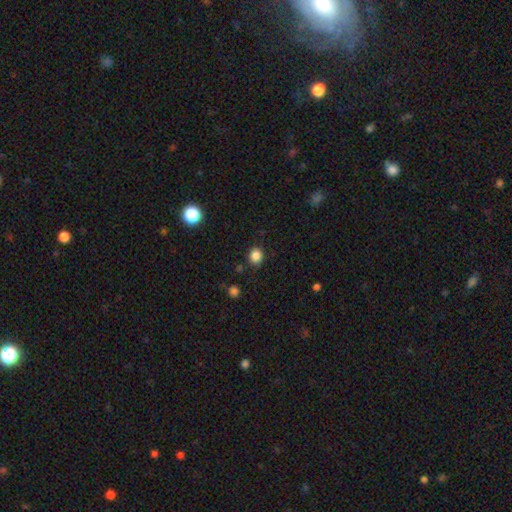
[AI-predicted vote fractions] Smooth or featured?
  - smooth: 85% *
  - star or artifact: 12%
  - featured or disk: 4%
How rounded?
  - round: 81% *
  - in between: 18%
  - cigar-shaped: 1%
Merging?
  - none: 86% *
  - minor disturbance: 9%
  - major disturbance: 3%
  - merger: 2%